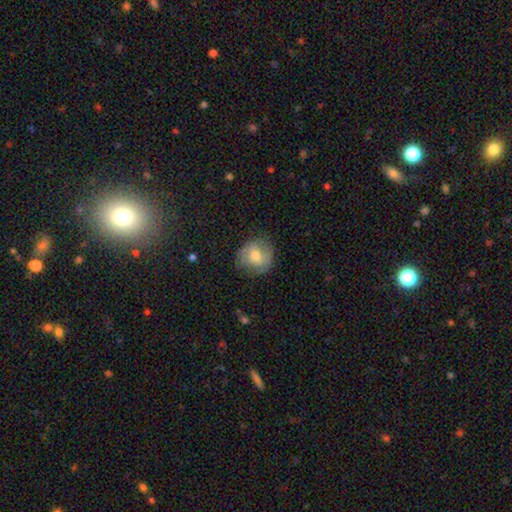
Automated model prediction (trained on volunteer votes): A smooth galaxy with no disk features (56%) that is round (80%). Merging: none (72%).